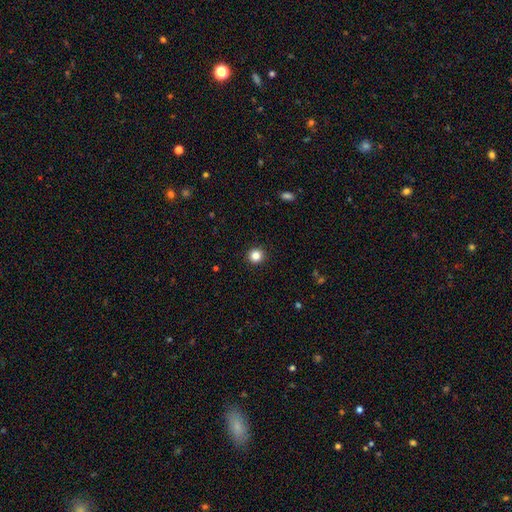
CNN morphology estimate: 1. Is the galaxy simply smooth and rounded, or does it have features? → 84% smooth, 12% star or artifact, 5% featured or disk.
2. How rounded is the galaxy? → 94% round, 5% in between, 1% cigar-shaped.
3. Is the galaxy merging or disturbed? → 93% none, 4% minor disturbance, 2% major disturbance, 1% merger.